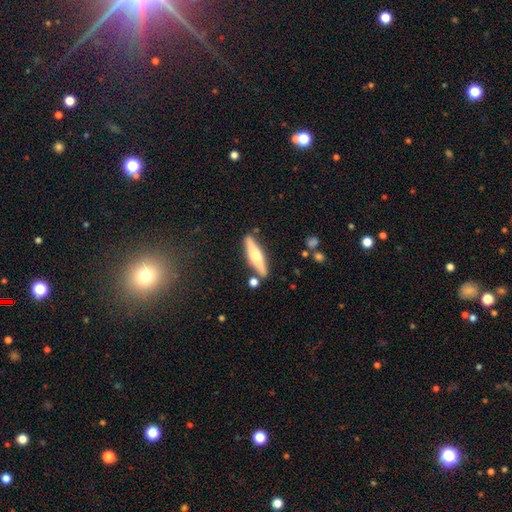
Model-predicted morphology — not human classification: A featured or disk galaxy (50%).

Vote fractions:
- Smooth or featured? featured or disk: 50% / smooth: 44% / star or artifact: 6%
- Merging? none: 81% / minor disturbance: 10% / merger: 6% / major disturbance: 2%